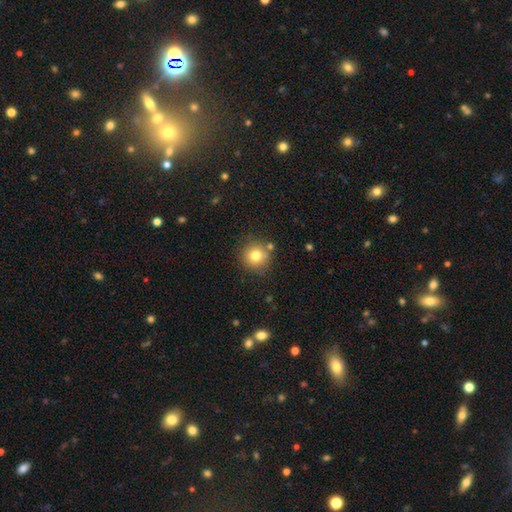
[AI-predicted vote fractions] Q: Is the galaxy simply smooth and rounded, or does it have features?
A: smooth — 77%.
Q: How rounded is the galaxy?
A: round — 93%.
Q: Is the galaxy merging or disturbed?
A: none — 81%.